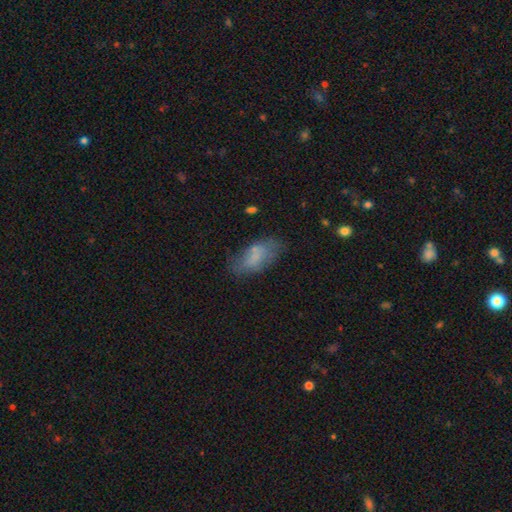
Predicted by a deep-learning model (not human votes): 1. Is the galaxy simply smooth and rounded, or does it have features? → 69% smooth, 23% featured or disk, 9% star or artifact.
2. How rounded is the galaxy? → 88% in between, 9% cigar-shaped, 3% round.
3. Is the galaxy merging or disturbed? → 57% none, 26% minor disturbance, 12% major disturbance, 5% merger.